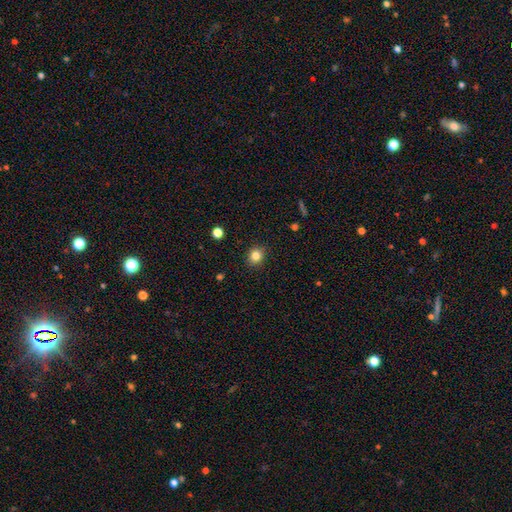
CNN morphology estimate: Smooth or featured? smooth (82%)
How rounded? round (79%)
Merging? none (90%)